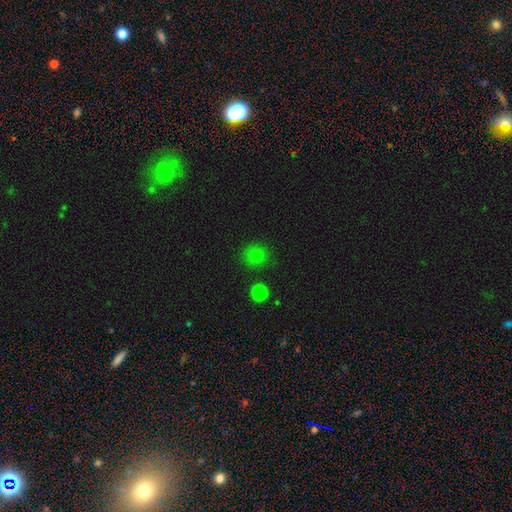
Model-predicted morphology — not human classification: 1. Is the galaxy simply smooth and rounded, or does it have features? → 79% smooth, 17% star or artifact, 4% featured or disk.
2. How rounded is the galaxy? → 85% round, 14% in between, 1% cigar-shaped.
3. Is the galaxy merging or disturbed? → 84% none, 10% minor disturbance, 3% major disturbance, 2% merger.